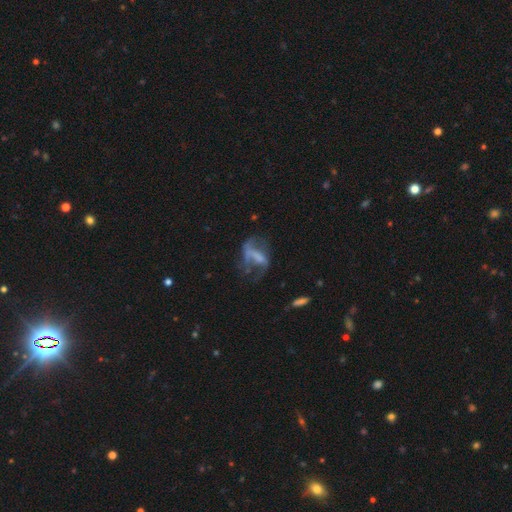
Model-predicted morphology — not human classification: Smooth or featured? featured or disk (60%)
Edge-on disk? no (94%)
Bar? no (45%)
Spiral arms? no (57%)
Bulge size? none (57%)
Merging? major disturbance (46%)